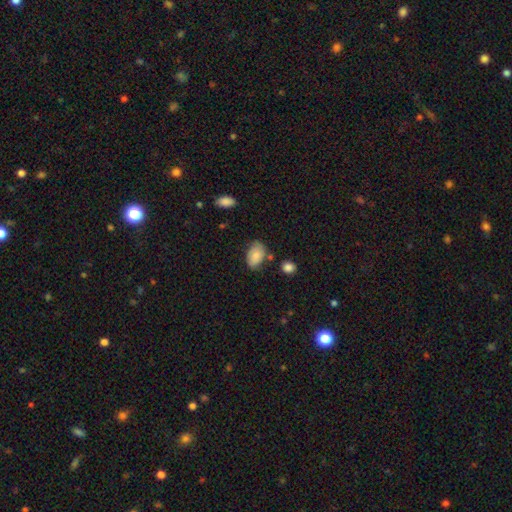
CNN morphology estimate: This appears to be a smooth galaxy with no disk features (80%) that is in between round and cigar-shaped (91%). Merging: none (64%).